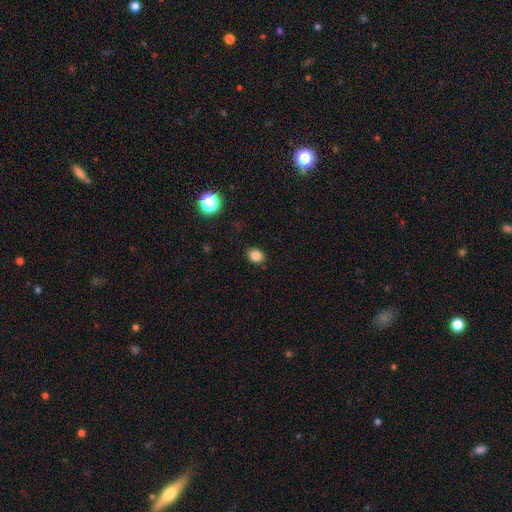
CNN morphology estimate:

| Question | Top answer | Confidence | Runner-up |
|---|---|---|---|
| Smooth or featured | smooth | 84% | star or artifact (12%) |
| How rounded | round | 60% | in between (39%) |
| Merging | none | 89% | minor disturbance (7%) |